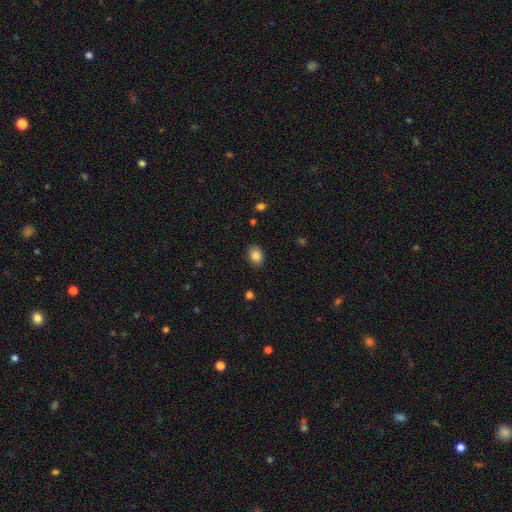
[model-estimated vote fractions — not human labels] The model was most divided on "how rounded": in between: 73%, round: 26%, cigar-shaped: 1%. More confident: merging — none (86%); smooth or featured — smooth (85%).